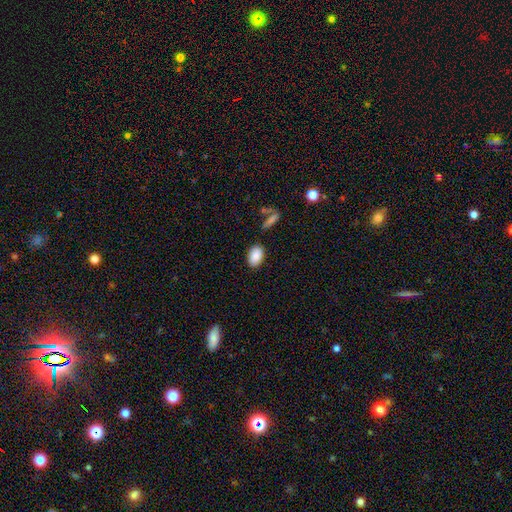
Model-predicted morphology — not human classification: This is clearly a smooth galaxy (88%). How rounded: clearly in between (91%). Merging: clearly none (83%).